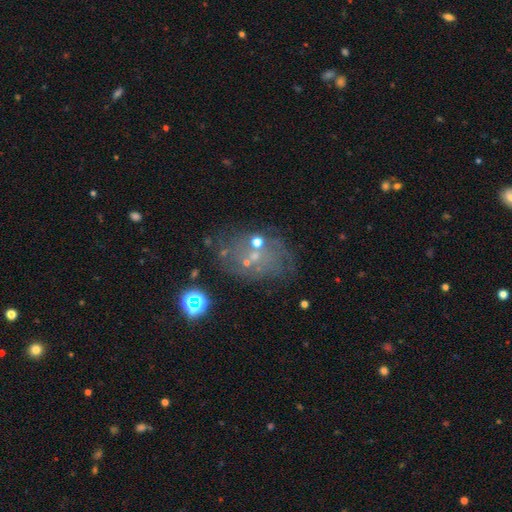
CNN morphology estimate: This appears to be a featured or disk galaxy (47%). Merging: none (56%).